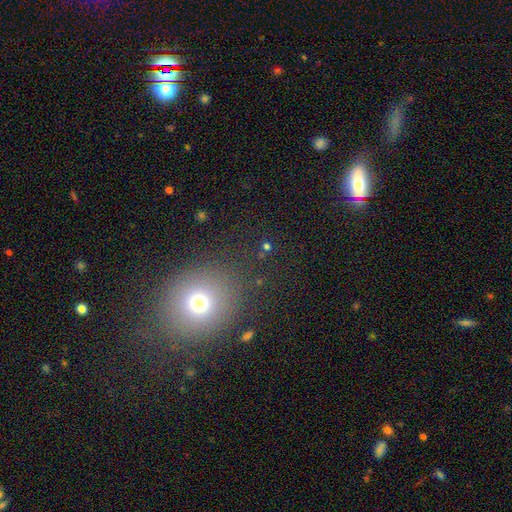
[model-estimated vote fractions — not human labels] Smooth or featured: smooth — 65% (star or artifact — 25%)
How rounded: round — 66% (in between — 33%)
Merging: none — 85% (minor disturbance — 9%)